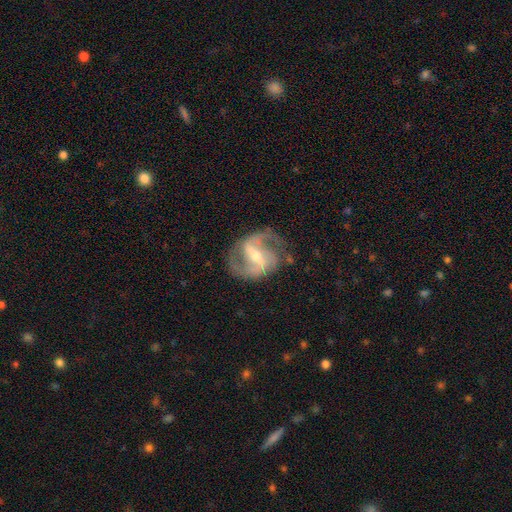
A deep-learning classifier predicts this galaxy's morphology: Smooth or featured? featured or disk (90%)
Edge-on disk? no (97%)
Bar? strong (57%)
Spiral arms? yes (96%)
Spiral winding? medium (56%)
Spiral arm count? 2 (89%)
Bulge size? moderate (50%)
Merging? none (74%)